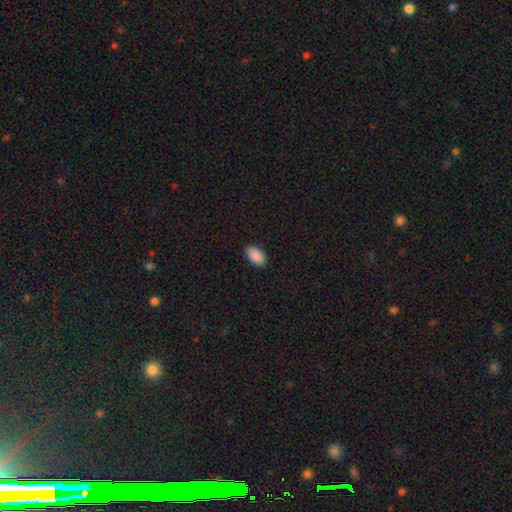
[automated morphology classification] smooth-or-featured: smooth: 90% | star or artifact: 7% | featured or disk: 2%
  how-rounded: in between: 94% | round: 5% | cigar-shaped: 1%
  merging: none: 90% | minor disturbance: 7% | major disturbance: 2% | merger: 1%